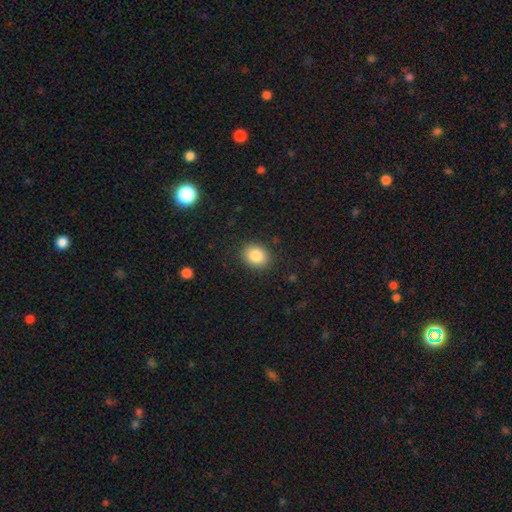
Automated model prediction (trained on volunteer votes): Overall: smooth (85%). How rounded: round (53%; in between 46%). Merging: none (88%).